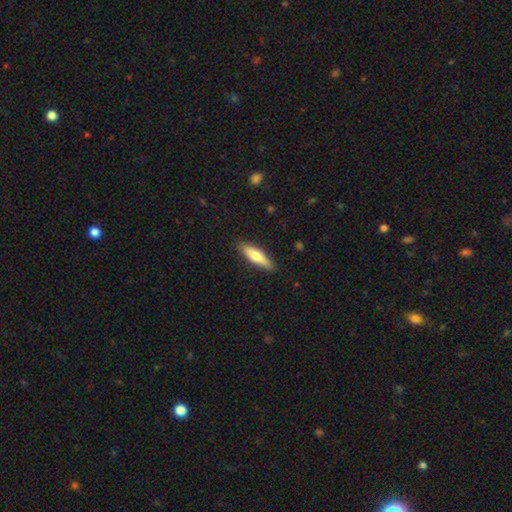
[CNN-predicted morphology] A smooth galaxy with no disk features (64%) that is cigar-shaped (66%).

Vote fractions:
- Smooth or featured? smooth: 64% / featured or disk: 31% / star or artifact: 5%
- How rounded? cigar-shaped: 66% / in between: 32% / round: 2%
- Merging? none: 89% / minor disturbance: 9% / major disturbance: 2% / merger: 1%